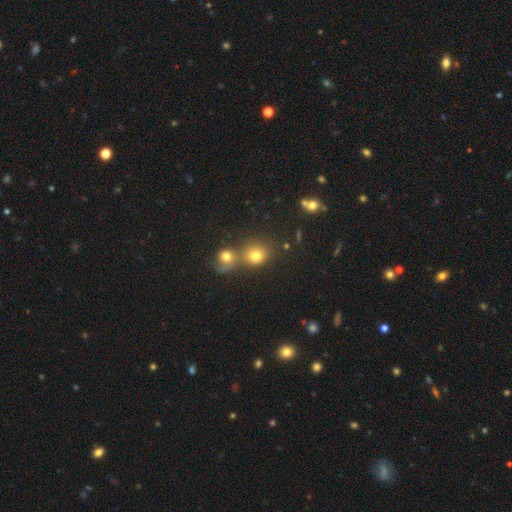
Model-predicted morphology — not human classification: A smooth galaxy with no disk features (75%) that is round (81%).

Vote fractions:
- Smooth or featured? smooth: 75% / star or artifact: 15% / featured or disk: 10%
- How rounded? round: 81% / in between: 18% / cigar-shaped: 1%
- Merging? none: 51% / merger: 36% / minor disturbance: 8% / major disturbance: 4%